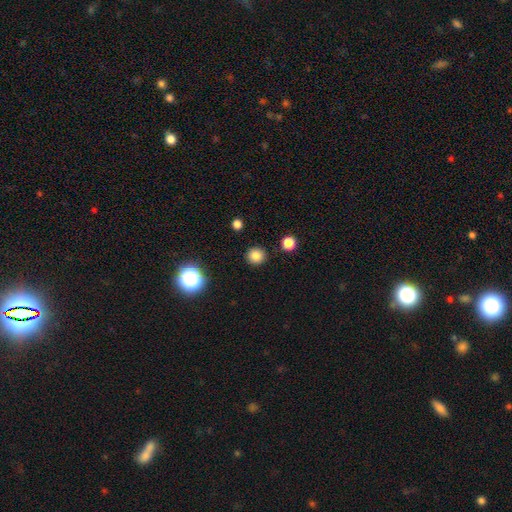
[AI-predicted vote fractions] Smooth or featured?
  - smooth: 82% *
  - star or artifact: 13%
  - featured or disk: 4%
How rounded?
  - round: 92% *
  - in between: 7%
  - cigar-shaped: 1%
Merging?
  - none: 90% *
  - minor disturbance: 6%
  - major disturbance: 2%
  - merger: 2%